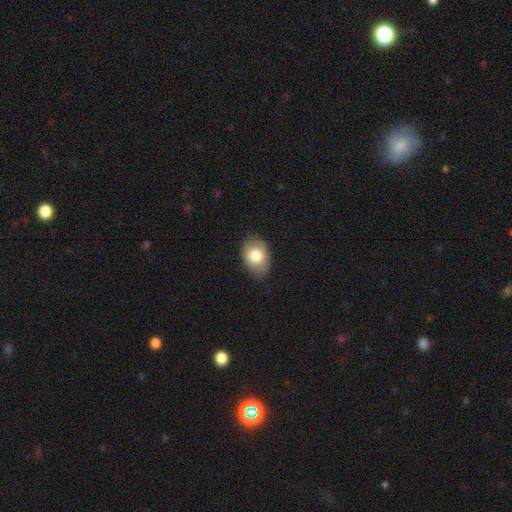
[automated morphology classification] The model was most divided on "merging": none: 80%, minor disturbance: 16%, major disturbance: 3%, merger: 1%. More confident: how rounded — in between (84%); smooth or featured — smooth (78%).